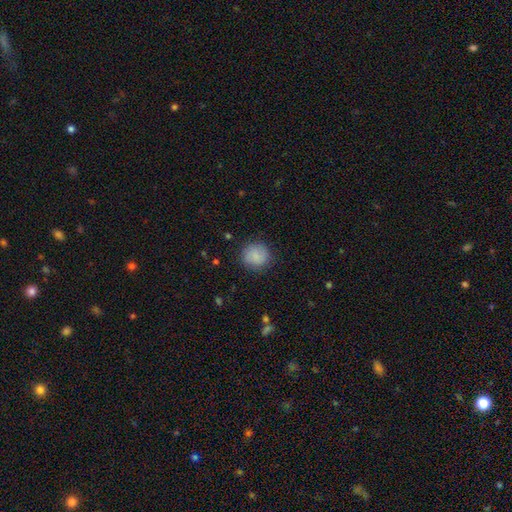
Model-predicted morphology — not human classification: Q: Smooth or featured?
A: smooth (85%); runner-up: featured or disk (8%)
Q: How rounded?
A: round (89%); runner-up: in between (10%)
Q: Merging?
A: none (85%); runner-up: minor disturbance (11%)